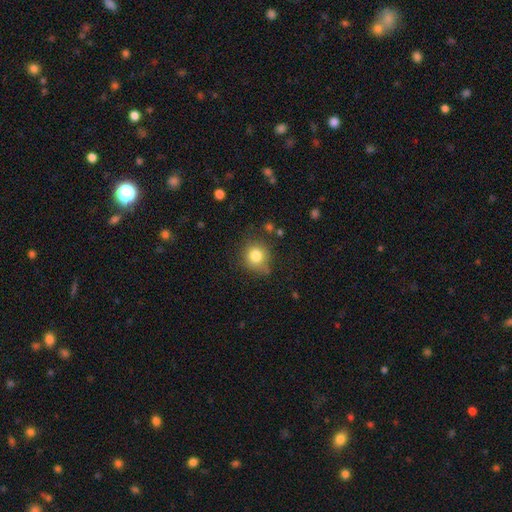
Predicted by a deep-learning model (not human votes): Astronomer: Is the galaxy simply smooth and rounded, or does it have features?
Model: smooth — 81%.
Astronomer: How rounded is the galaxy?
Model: round — 84%.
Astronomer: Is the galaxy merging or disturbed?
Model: none — 72%.